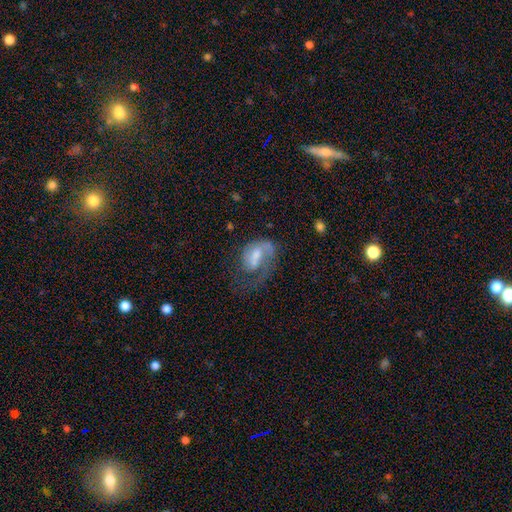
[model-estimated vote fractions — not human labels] Overall: featured or disk (63%; smooth 29%). Edge-on disk: no (97%). Bar: weak (46%; no 37%). Spiral arms: yes (77%). Bulge size: moderate (37%; small 29%). Merging: major disturbance (50%; none 28%).